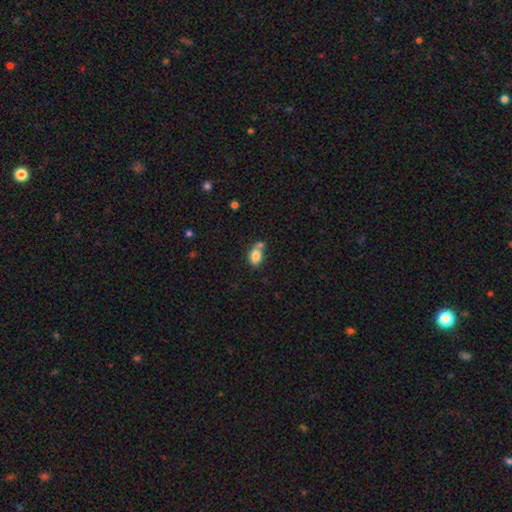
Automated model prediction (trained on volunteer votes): Morphology: type=smooth (82%); roundness=in between (75%); merging=none (47%).